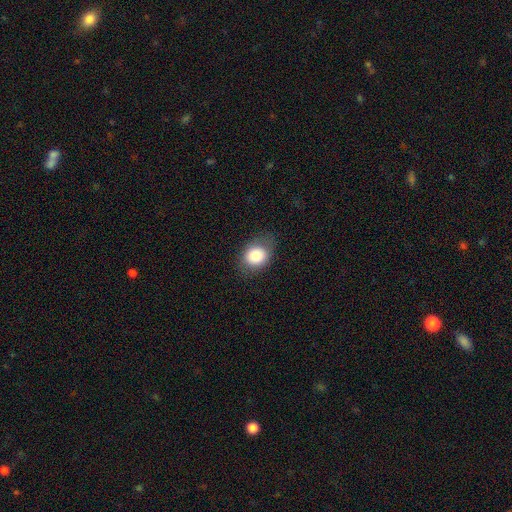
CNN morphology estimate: Smooth or featured: smooth — 82% (star or artifact — 9%)
How rounded: round — 53% (in between — 46%)
Merging: none — 75% (minor disturbance — 18%)